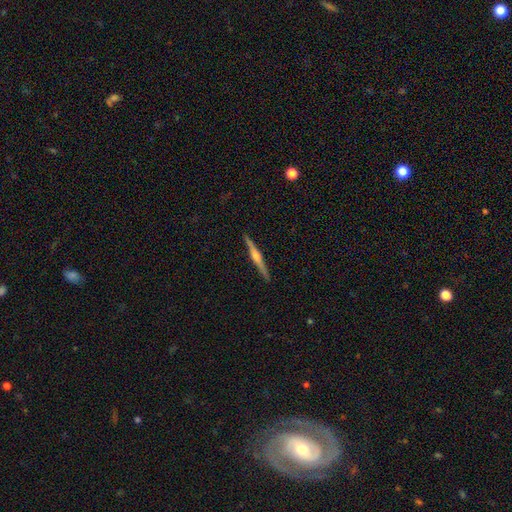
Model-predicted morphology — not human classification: type=featured or disk (80%); edge-on=yes (98%); edge-on bulge=rounded (84%); merging=none (92%).